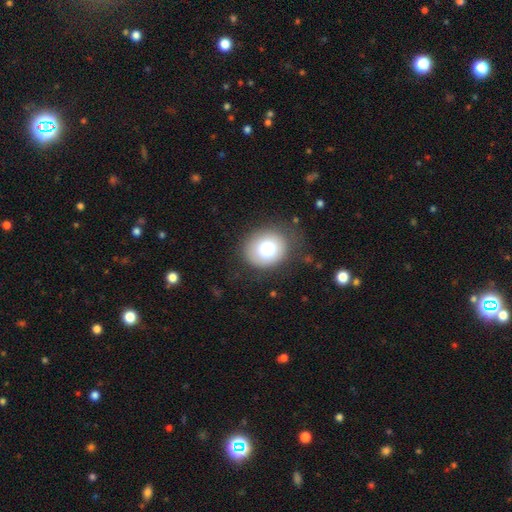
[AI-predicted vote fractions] Overall: smooth (74%). How rounded: round (72%). Merging: none (81%).